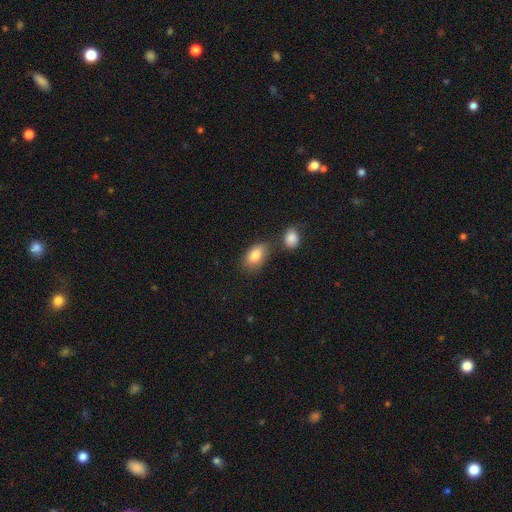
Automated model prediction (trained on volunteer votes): A smooth galaxy with no disk features (82%) that is in between round and cigar-shaped (88%).

Vote fractions:
- Smooth or featured? smooth: 82% / featured or disk: 10% / star or artifact: 8%
- How rounded? in between: 88% / round: 10% / cigar-shaped: 2%
- Merging? none: 64% / minor disturbance: 17% / merger: 14% / major disturbance: 5%